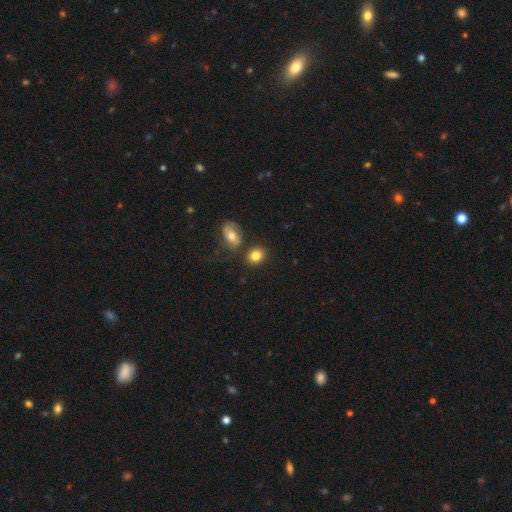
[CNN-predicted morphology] Overall: smooth (81%). How rounded: round (50%; in between 49%). Merging: none (71%).